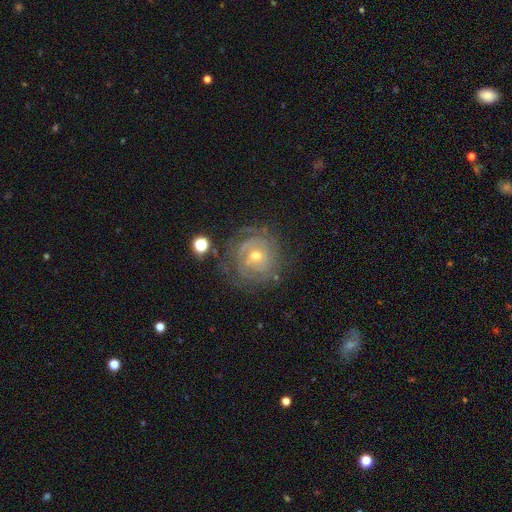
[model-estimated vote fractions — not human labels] Smooth or featured? featured or disk (78%)
Edge-on disk? no (97%)
Bar? no (61%)
Spiral arms? yes (87%)
Spiral winding? tight (75%)
Spiral arm count? can't tell (44%)
Bulge size? moderate (51%)
Merging? none (72%)